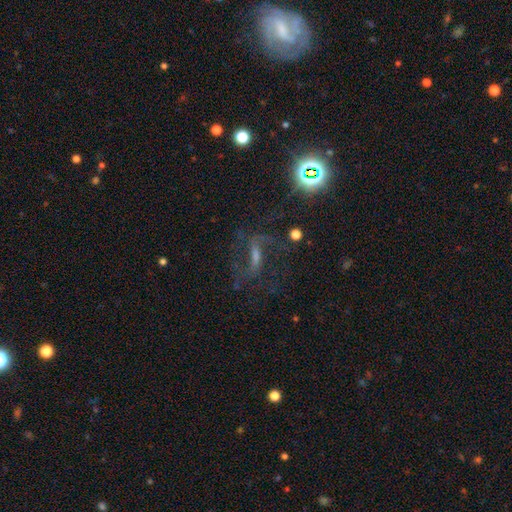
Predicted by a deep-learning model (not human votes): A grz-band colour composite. It shows a featured or disk galaxy (64%) with a strong bar (52%), spiral arms (87%) and a small central bulge (34%). Merging: none (60%).